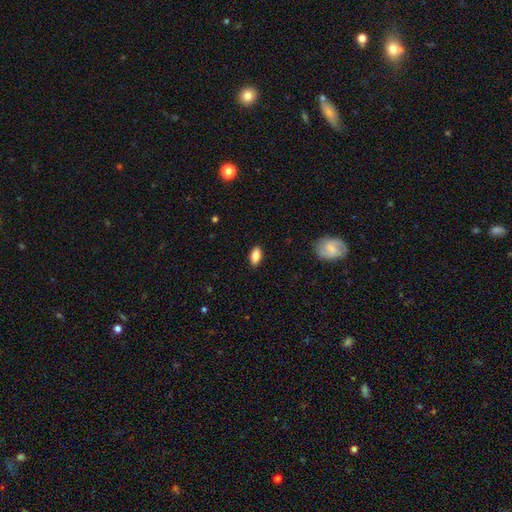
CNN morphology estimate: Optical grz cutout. It shows a smooth galaxy with no disk features (84%) that is in between round and cigar-shaped (88%). Merging: none (88%).